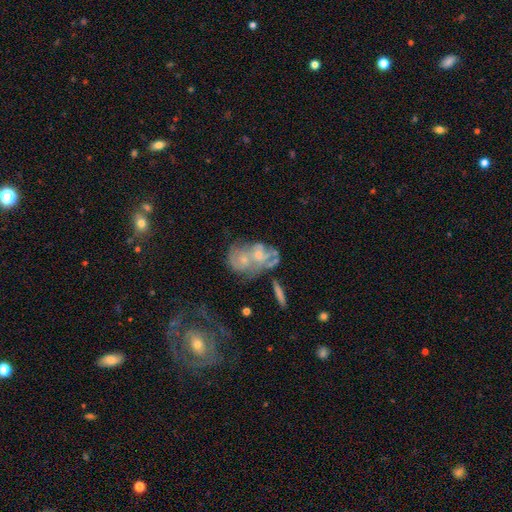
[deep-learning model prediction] smooth-or-featured: featured or disk: 66% | smooth: 23% | star or artifact: 11%
  disk-edge-on: no: 95% | yes: 5%
    bar: no: 79% | weak: 17% | strong: 4%
    has-spiral-arms: yes: 62% | no: 38%
    bulge-size: small: 56% | moderate: 34% | none: 6% | large: 2% | dominant: 1%
  merging: merger: 55% | none: 23% | major disturbance: 11% | minor disturbance: 11%